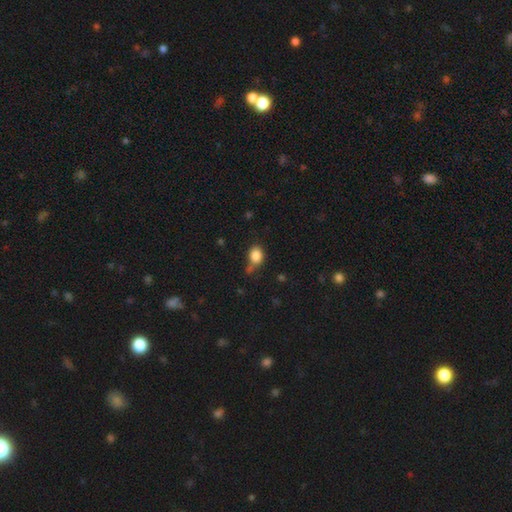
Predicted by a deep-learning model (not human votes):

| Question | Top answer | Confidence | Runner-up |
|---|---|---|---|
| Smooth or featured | smooth | 85% | star or artifact (10%) |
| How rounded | in between | 57% | round (42%) |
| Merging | none | 54% | minor disturbance (27%) |